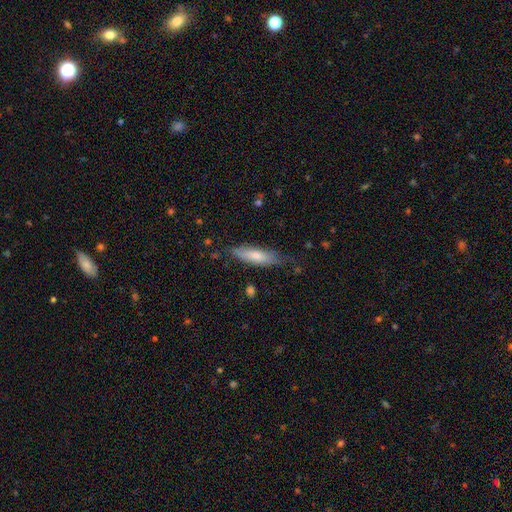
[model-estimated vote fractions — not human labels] A smooth galaxy with no disk features (68%) that is cigar-shaped (62%). Merging: none (67%).